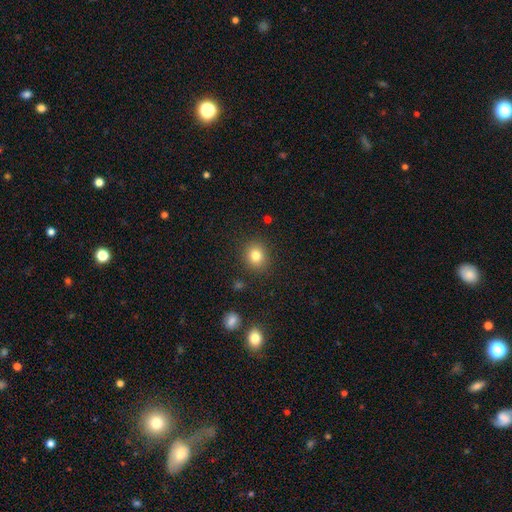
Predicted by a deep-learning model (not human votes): A smooth galaxy with no disk features (81%) that is round (76%). Merging: none (89%).